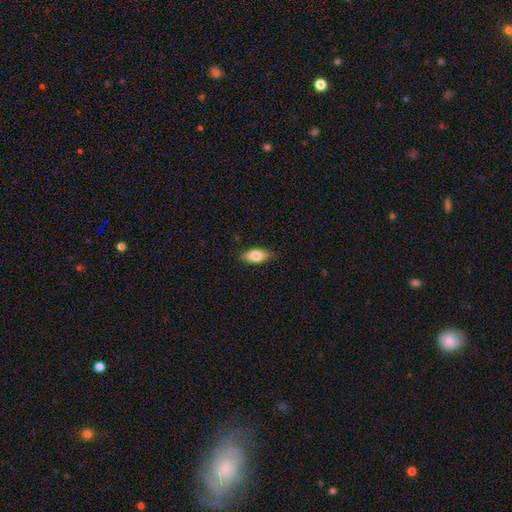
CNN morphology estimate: The model was most divided on "smooth or featured": smooth: 79%, featured or disk: 15%, star or artifact: 6%. More confident: how rounded — in between (85%); merging — none (84%).